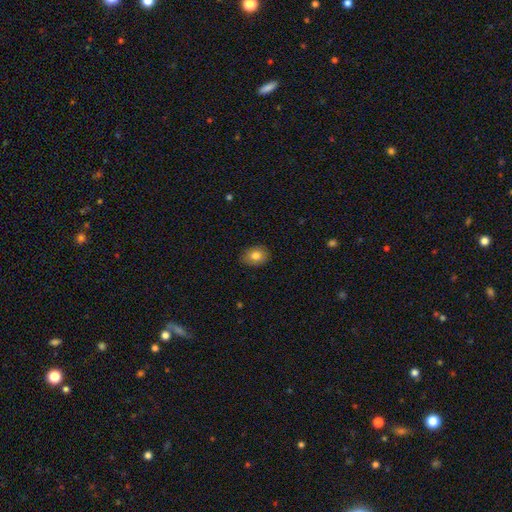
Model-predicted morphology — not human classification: This appears to be a smooth galaxy with no disk features (81%) that is in between round and cigar-shaped (57%). Merging: none (85%).